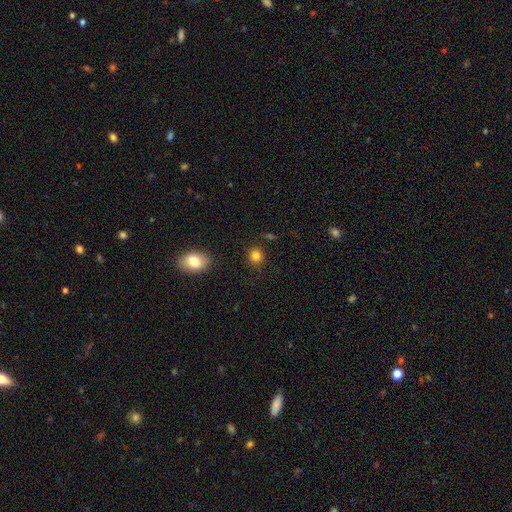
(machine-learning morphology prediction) Smooth or featured: smooth — 84% (star or artifact — 11%)
How rounded: round — 83% (in between — 16%)
Merging: none — 86% (minor disturbance — 9%)